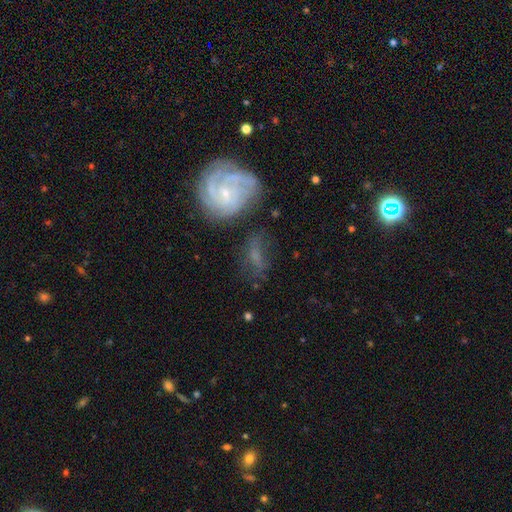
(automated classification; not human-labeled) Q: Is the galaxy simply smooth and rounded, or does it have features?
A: featured or disk — 65%.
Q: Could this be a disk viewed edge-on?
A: no — 94%.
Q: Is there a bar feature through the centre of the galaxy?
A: no — 51%.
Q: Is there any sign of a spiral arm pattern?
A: yes — 87%.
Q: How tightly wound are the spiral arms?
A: tight — 51%.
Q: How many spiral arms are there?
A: can't tell — 29%.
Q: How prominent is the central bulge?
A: small — 68%.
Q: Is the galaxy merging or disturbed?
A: none — 55%.